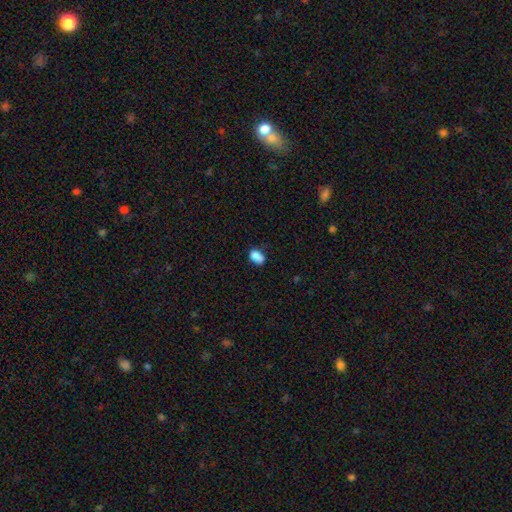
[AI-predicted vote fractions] Overall: smooth (81%). How rounded: in between (78%). Merging: none (46%; minor disturbance 26%).